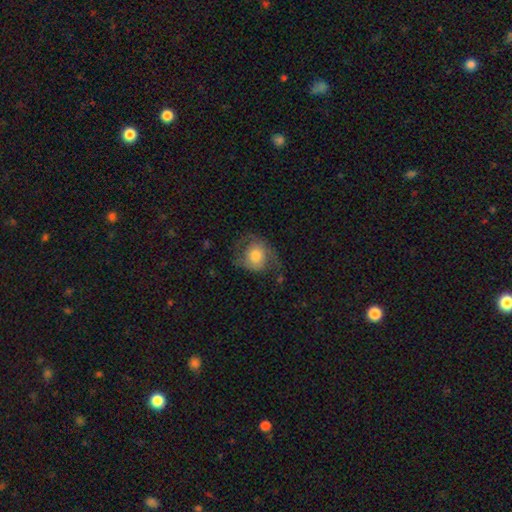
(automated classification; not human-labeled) The model was most divided on "smooth or featured": smooth: 51%, featured or disk: 41%, star or artifact: 7%. Remaining: how rounded — round (70%); merging — none (49%).